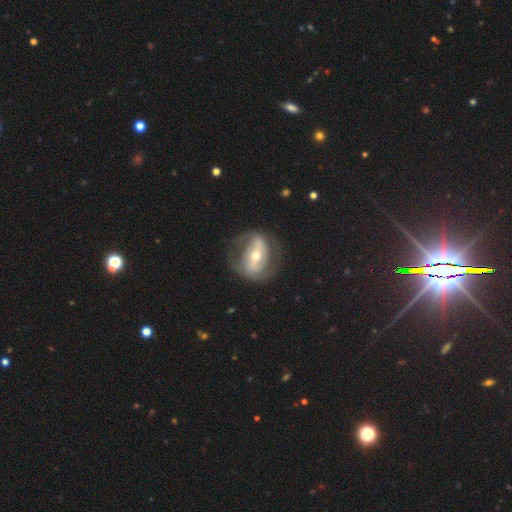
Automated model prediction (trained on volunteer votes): smooth-or-featured: featured or disk: 71% | smooth: 23% | star or artifact: 6%
  disk-edge-on: no: 94% | yes: 6%
    bar: strong: 45% | weak: 28% | no: 27%
    has-spiral-arms: yes: 61% | no: 39%
    bulge-size: moderate: 55% | small: 40% | large: 4% | dominant: 1% | none: 1%
  merging: none: 66% | minor disturbance: 18% | major disturbance: 15% | merger: 2%